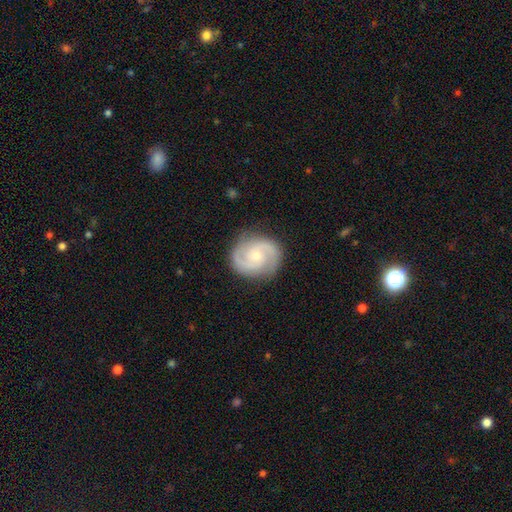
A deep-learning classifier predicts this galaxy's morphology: Smooth or featured?
  - featured or disk: 88% *
  - smooth: 8%
  - star or artifact: 4%
Edge-on disk?
  - no: 98% *
  - yes: 2%
Bar?
  - no: 63% *
  - weak: 31%
  - strong: 6%
Spiral arms?
  - yes: 98% *
  - no: 2%
Spiral winding?
  - medium: 51% *
  - tight: 40%
  - loose: 10%
Spiral arm count?
  - 2: 90% *
  - 3: 3%
  - can't tell: 3%
  - 1: 1%
  - 4: 1%
  - more than 4: 1%
Bulge size?
  - small: 59% *
  - moderate: 37%
  - none: 2%
  - large: 1%
  - dominant: 1%
Merging?
  - none: 86% *
  - minor disturbance: 10%
  - major disturbance: 3%
  - merger: 1%